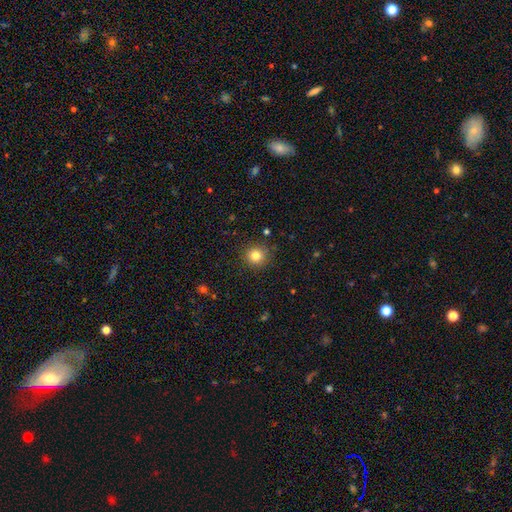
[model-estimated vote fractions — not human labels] This is clearly a smooth galaxy (82%). How rounded: clearly round (92%). Merging: clearly none (89%).